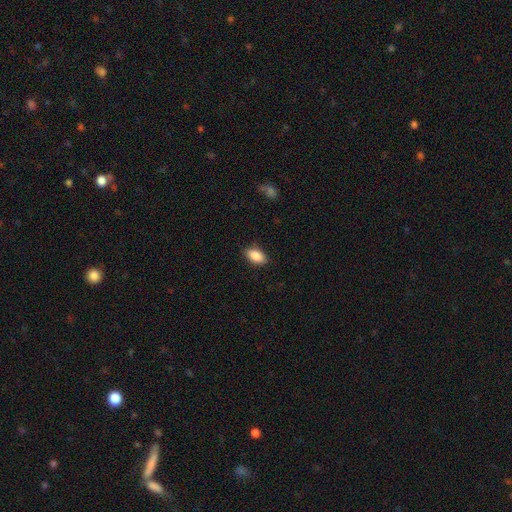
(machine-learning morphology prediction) Smooth or featured? Predicted: smooth (p=0.88). How rounded? Predicted: in between (p=0.91). Merging? Predicted: none (p=0.84).